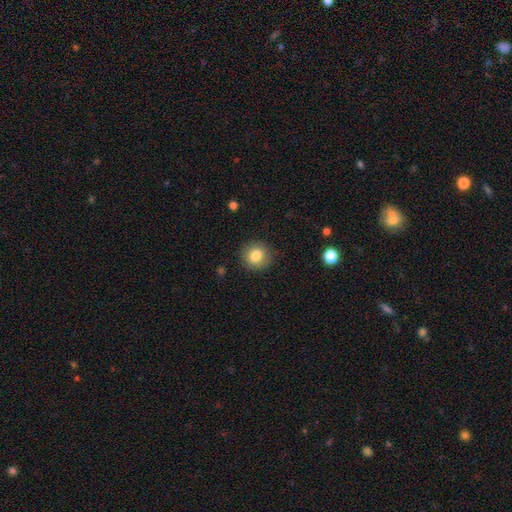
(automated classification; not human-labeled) smooth_or_featured: smooth (p=0.83) [alt: star or artifact p=0.10]
how_rounded: round (p=0.89) [alt: in between p=0.10]
merging: none (p=0.88) [alt: minor disturbance p=0.08]